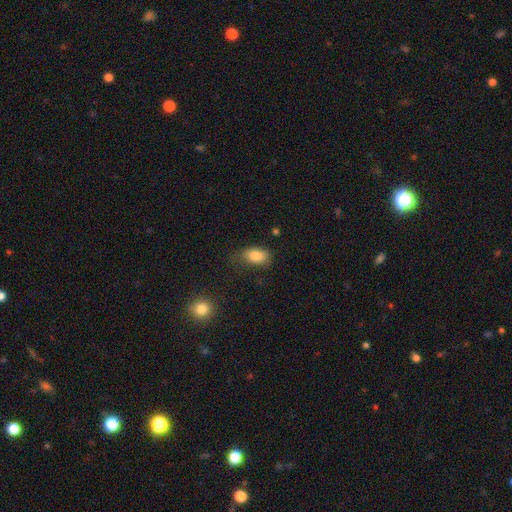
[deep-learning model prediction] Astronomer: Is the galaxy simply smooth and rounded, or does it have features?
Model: smooth — 84%.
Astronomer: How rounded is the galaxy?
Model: in between — 87%.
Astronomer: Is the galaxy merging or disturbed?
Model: none — 59%.